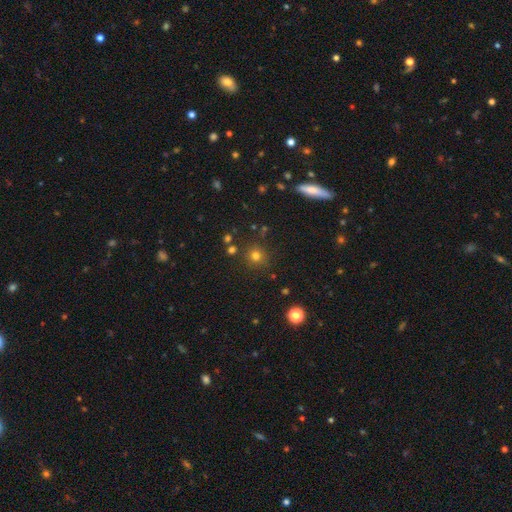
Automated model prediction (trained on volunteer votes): A smooth galaxy with no disk features (74%) that is round (91%).

Vote fractions:
- Smooth or featured? smooth: 74% / star or artifact: 19% / featured or disk: 7%
- How rounded? round: 91% / in between: 8% / cigar-shaped: 1%
- Merging? none: 85% / minor disturbance: 8% / merger: 4% / major disturbance: 3%